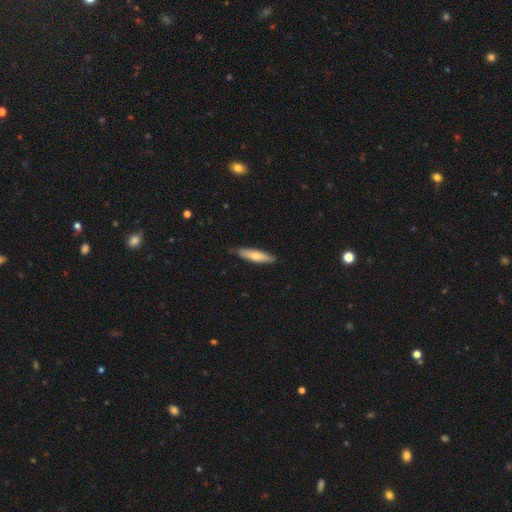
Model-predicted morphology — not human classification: Smooth or featured? Predicted: smooth (p=0.59). How rounded? Predicted: cigar-shaped (p=0.75). Merging? Predicted: none (p=0.85).